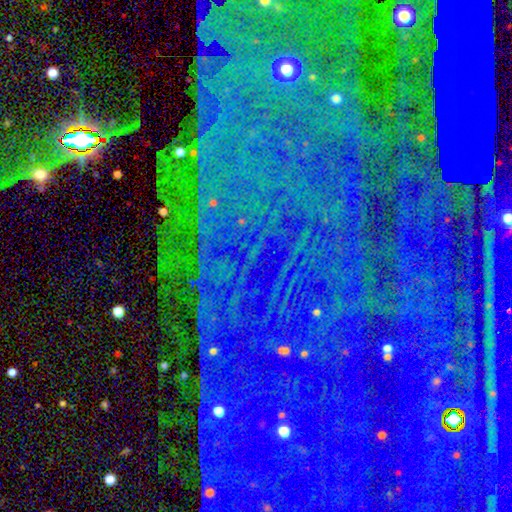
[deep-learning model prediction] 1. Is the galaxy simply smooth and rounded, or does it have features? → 85% star or artifact, 8% featured or disk, 7% smooth.